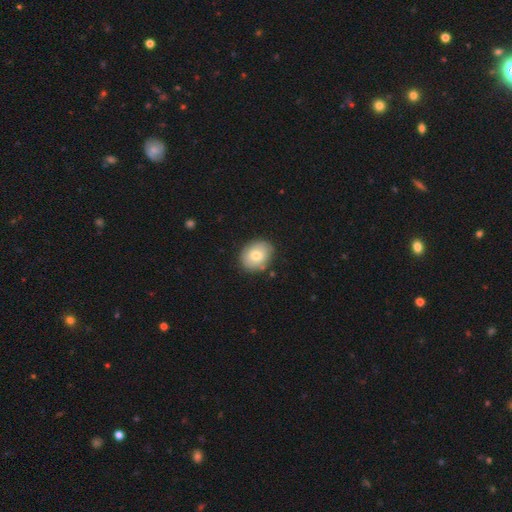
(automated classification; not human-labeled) Smooth or featured?
  - smooth: 75% *
  - featured or disk: 18%
  - star or artifact: 7%
How rounded?
  - in between: 50% * (tied)
  - round: 50% * (tied)
  - cigar-shaped: 1%
Merging?
  - none: 83% *
  - minor disturbance: 12%
  - major disturbance: 3%
  - merger: 2%